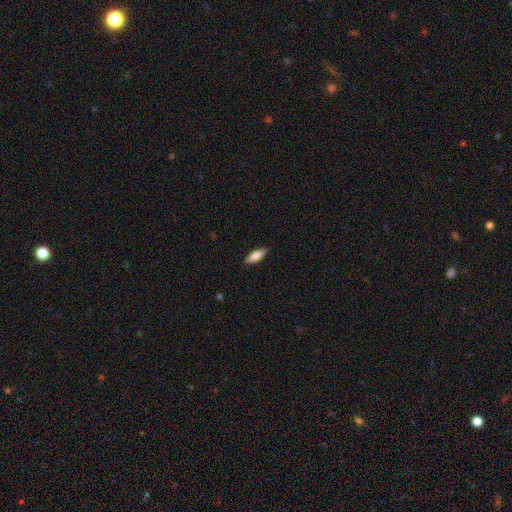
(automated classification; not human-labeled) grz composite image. It shows a smooth galaxy with no disk features (79%) that is in between round and cigar-shaped (65%). Merging: none (87%).